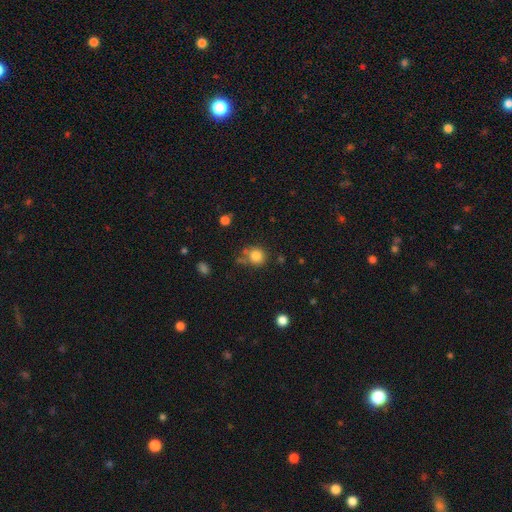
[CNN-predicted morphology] type=smooth (83%); roundness=round (86%); merging=none (67%).